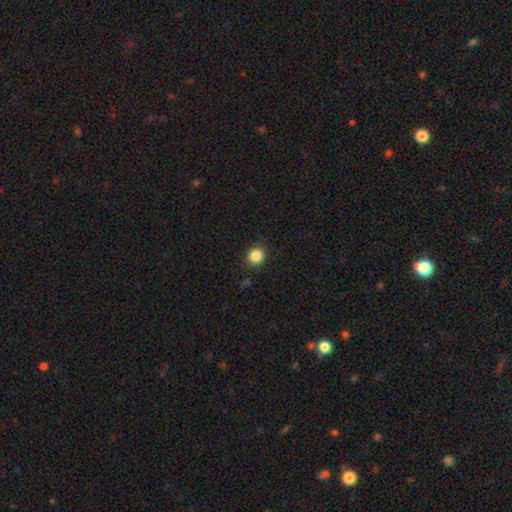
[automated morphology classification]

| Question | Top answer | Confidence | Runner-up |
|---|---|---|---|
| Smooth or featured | smooth | 86% | star or artifact (11%) |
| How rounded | round | 82% | in between (17%) |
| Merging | none | 89% | minor disturbance (8%) |